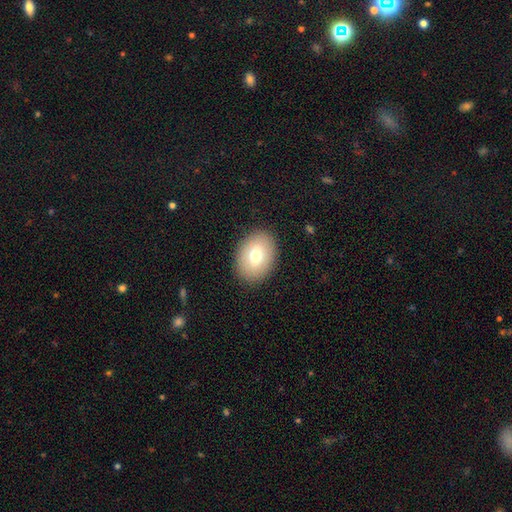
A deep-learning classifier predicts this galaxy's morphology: A smooth galaxy with no disk features (73%) that is in between round and cigar-shaped (76%).

Vote fractions:
- Smooth or featured? smooth: 73% / featured or disk: 19% / star or artifact: 8%
- How rounded? in between: 76% / round: 23% / cigar-shaped: 1%
- Merging? none: 89% / minor disturbance: 8% / major disturbance: 3% / merger: 1%